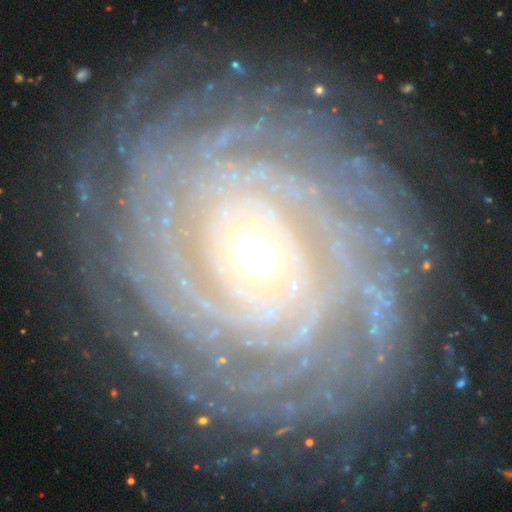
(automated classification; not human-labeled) A featured or disk galaxy (88%) with no bar (58%), tight (75%) spiral arms (88%) and a moderate central bulge (59%). Merging: none (74%).